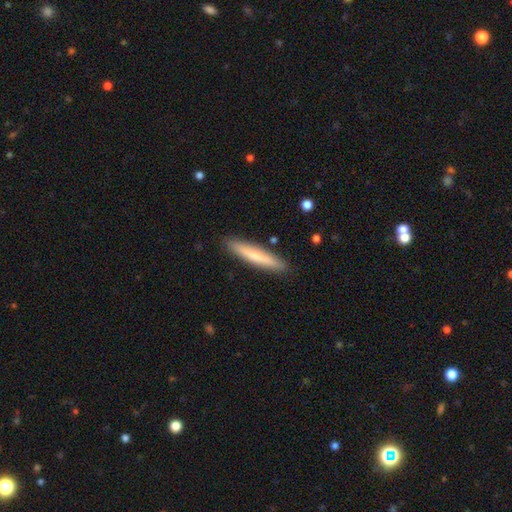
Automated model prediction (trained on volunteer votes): Smooth or featured? smooth (65%)
How rounded? cigar-shaped (93%)
Merging? none (89%)